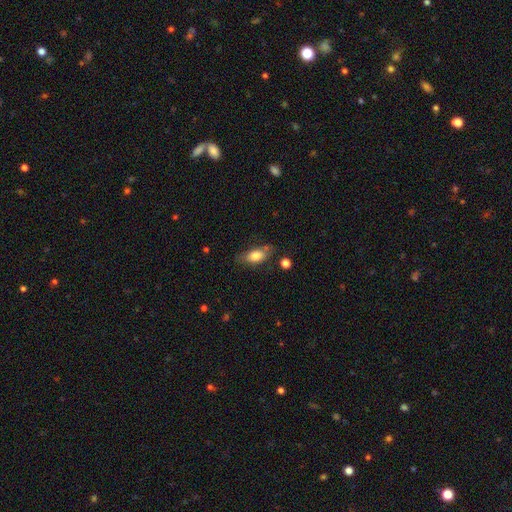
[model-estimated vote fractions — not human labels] smooth_or_featured: smooth (p=0.75) [alt: featured or disk p=0.17]
how_rounded: in between (p=0.83) [alt: cigar-shaped p=0.11]
merging: none (p=0.66) [alt: minor disturbance p=0.22]